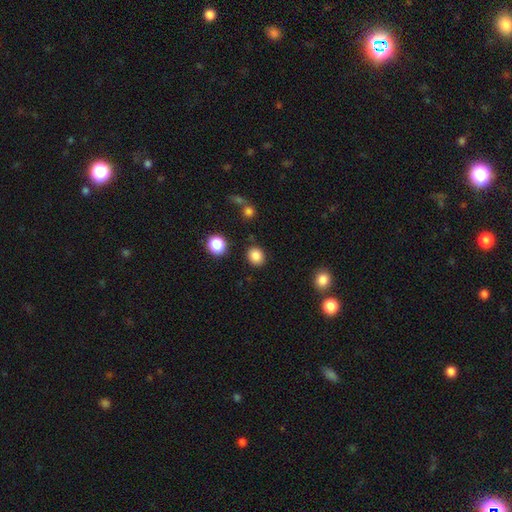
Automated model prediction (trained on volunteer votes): Smooth or featured? smooth (85%)
How rounded? round (66%)
Merging? none (86%)